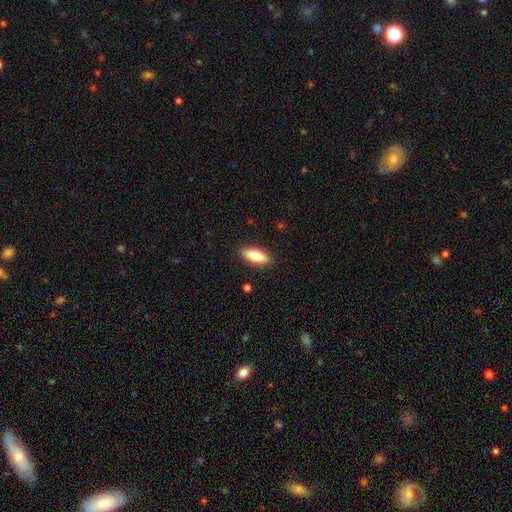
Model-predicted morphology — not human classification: This is likely a smooth galaxy (67%). How rounded: likely in between (60%). Merging: clearly none (89%).